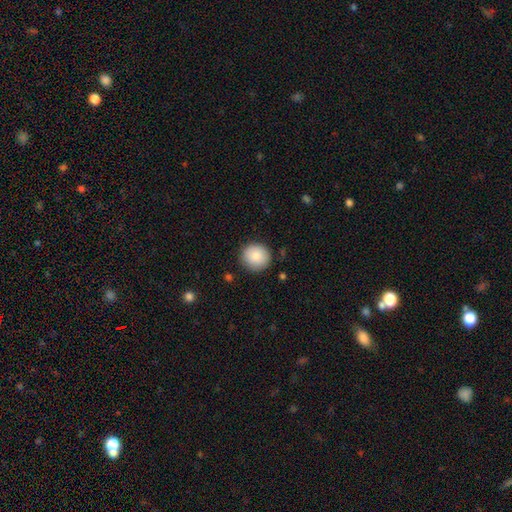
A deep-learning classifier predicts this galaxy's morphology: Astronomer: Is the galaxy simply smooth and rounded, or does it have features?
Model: smooth — 86%.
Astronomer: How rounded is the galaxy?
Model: round — 92%.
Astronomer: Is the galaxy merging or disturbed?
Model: none — 87%.